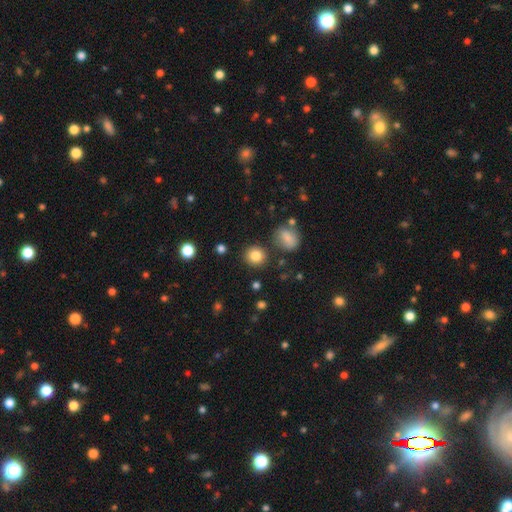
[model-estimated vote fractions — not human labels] smooth_or_featured: smooth (p=0.83) [alt: star or artifact p=0.11]
how_rounded: round (p=0.89) [alt: in between p=0.10]
merging: none (p=0.86) [alt: minor disturbance p=0.07]